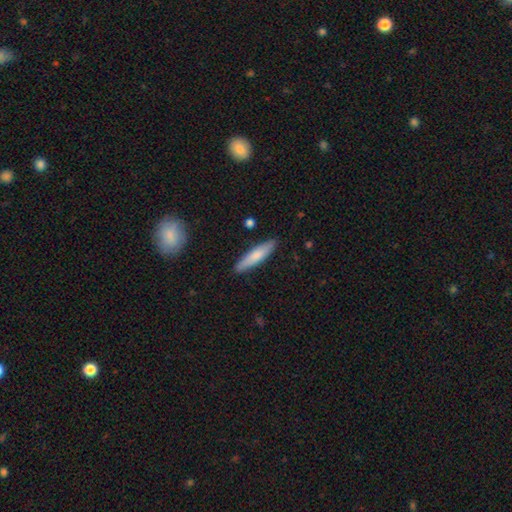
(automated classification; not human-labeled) Morphology: type=smooth (73%); roundness=cigar-shaped (80%); merging=none (88%).